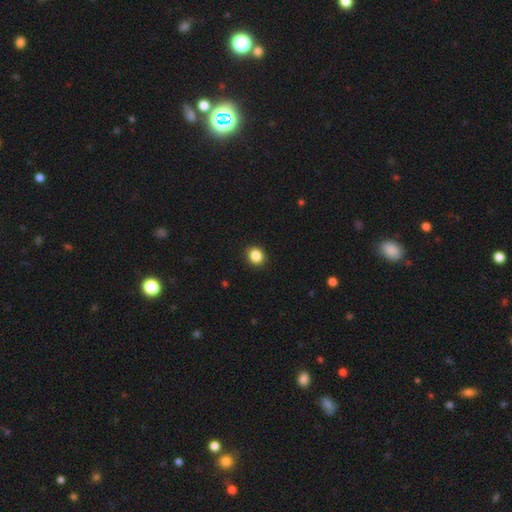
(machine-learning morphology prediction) smooth_or_featured: smooth (p=0.86) [alt: star or artifact p=0.10]
how_rounded: round (p=0.81) [alt: in between p=0.18]
merging: none (p=0.91) [alt: minor disturbance p=0.06]